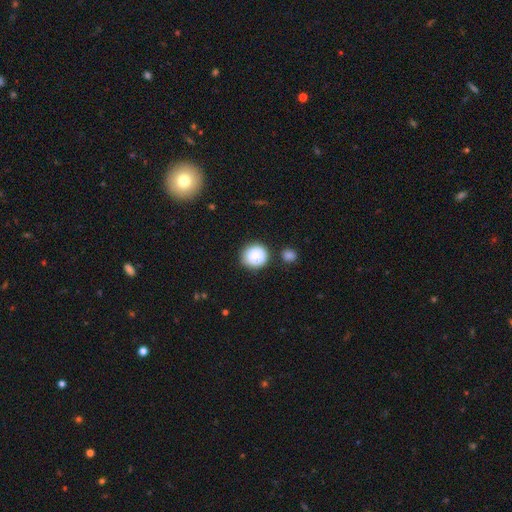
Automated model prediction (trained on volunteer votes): smooth 88%, star or artifact 8%, featured or disk 4%. Down the decision tree: how rounded — round (91%); merging — none (80%).